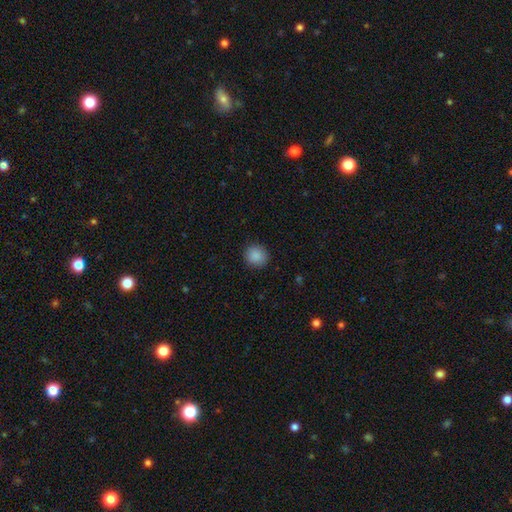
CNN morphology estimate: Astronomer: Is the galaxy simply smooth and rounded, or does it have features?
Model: smooth — 88%.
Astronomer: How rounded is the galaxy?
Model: round — 85%.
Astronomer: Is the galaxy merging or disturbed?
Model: none — 90%.